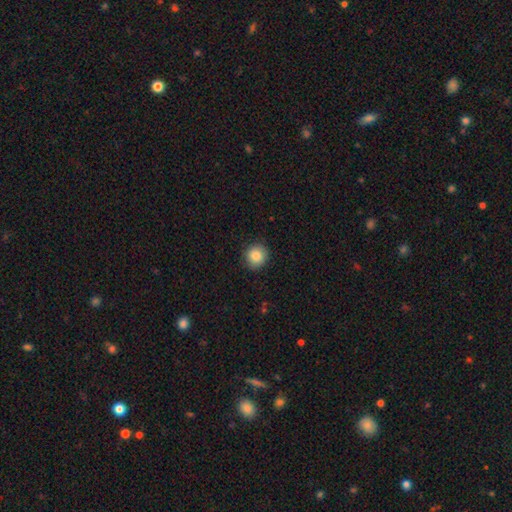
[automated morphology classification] A smooth galaxy with no disk features (86%) that is round (91%). Merging: none (89%).